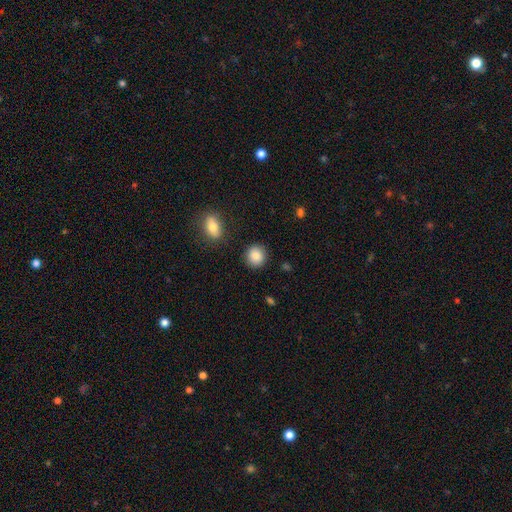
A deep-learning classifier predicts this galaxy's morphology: The model was most divided on "how rounded": round: 85%, in between: 14%, cigar-shaped: 1%. More confident: merging — none (88%); smooth or featured — smooth (88%).